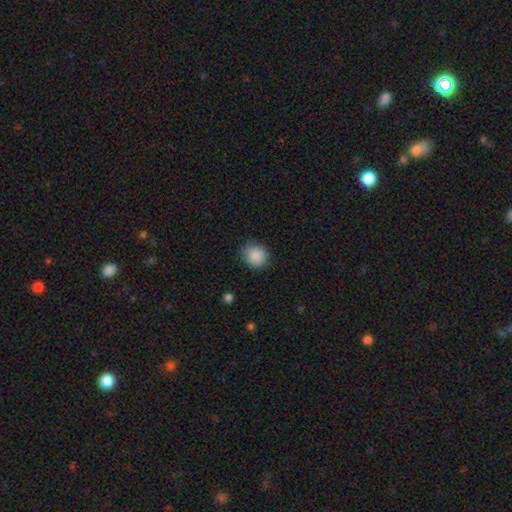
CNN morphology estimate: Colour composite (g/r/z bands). It shows a smooth galaxy with no disk features (88%) that is round (80%). Merging: none (84%).